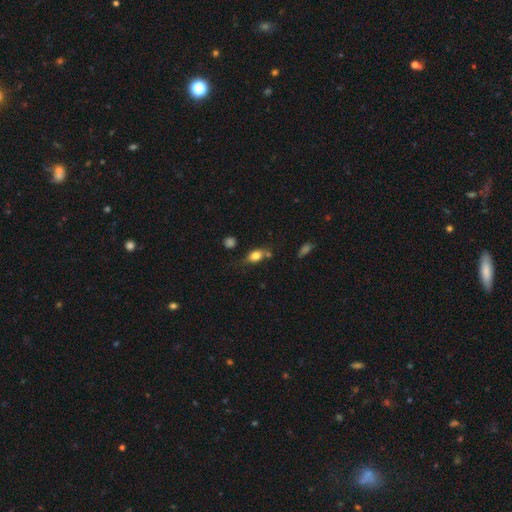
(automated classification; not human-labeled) Overall: smooth (76%). How rounded: in between (75%). Merging: none (57%; minor disturbance 23%).